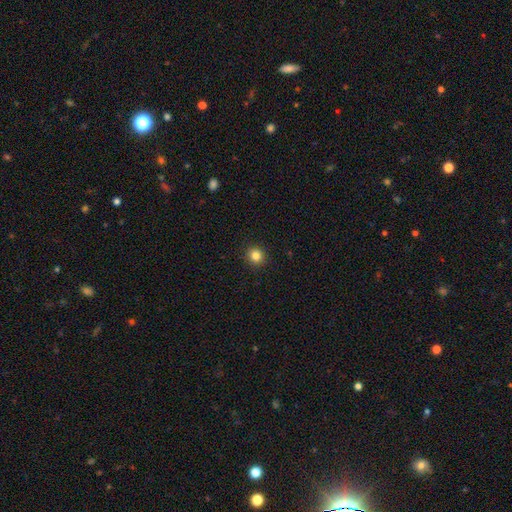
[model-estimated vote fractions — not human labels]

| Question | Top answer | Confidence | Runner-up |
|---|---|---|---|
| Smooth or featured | smooth | 83% | star or artifact (12%) |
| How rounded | round | 88% | in between (11%) |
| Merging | none | 92% | minor disturbance (5%) |